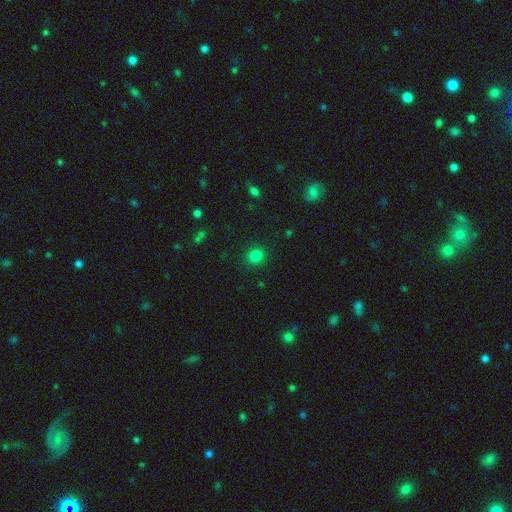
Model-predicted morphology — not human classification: smooth 81%, star or artifact 14%, featured or disk 5%. Down the decision tree: how rounded — round (85%); merging — none (89%).